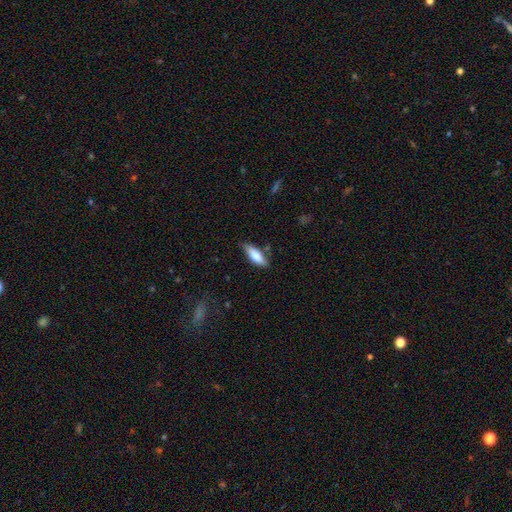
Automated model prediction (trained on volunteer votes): A smooth galaxy with no disk features (80%) that is in between round and cigar-shaped (64%).

Vote fractions:
- Smooth or featured? smooth: 80% / featured or disk: 14% / star or artifact: 6%
- How rounded? in between: 64% / cigar-shaped: 34% / round: 2%
- Merging? none: 67% / minor disturbance: 25% / major disturbance: 5% / merger: 4%